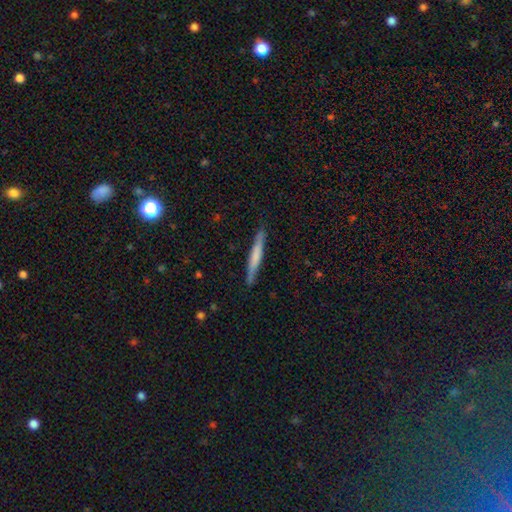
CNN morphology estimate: smooth-or-featured: smooth: 55% | featured or disk: 40% | star or artifact: 6%
  how-rounded: cigar-shaped: 96% | in between: 3% | round: 1%
  merging: none: 88% | minor disturbance: 9% | major disturbance: 2% | merger: 1%